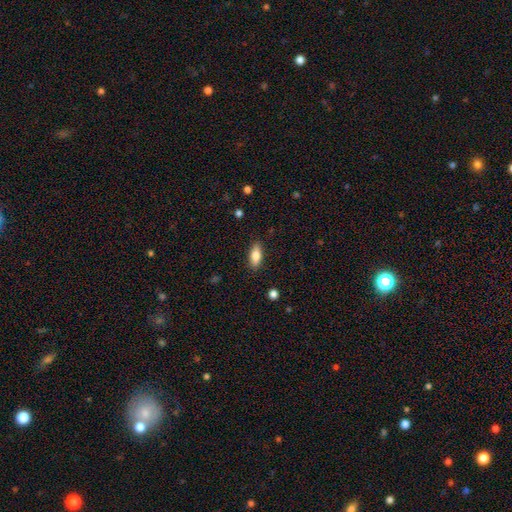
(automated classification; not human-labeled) Overall: smooth (81%). How rounded: in between (79%). Merging: none (87%).